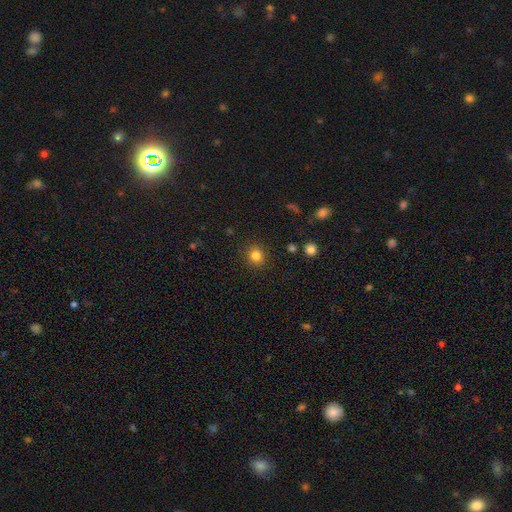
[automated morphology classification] A smooth galaxy with no disk features (83%) that is round (89%). Merging: none (90%).